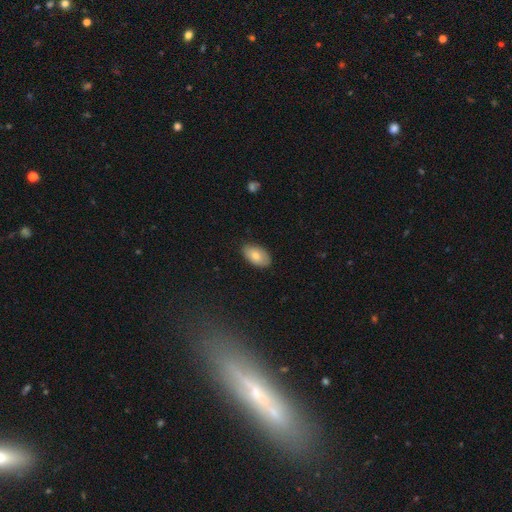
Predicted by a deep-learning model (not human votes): Q: Smooth or featured?
A: smooth (77%); runner-up: featured or disk (16%)
Q: How rounded?
A: in between (94%); runner-up: round (4%)
Q: Merging?
A: none (84%); runner-up: minor disturbance (13%)